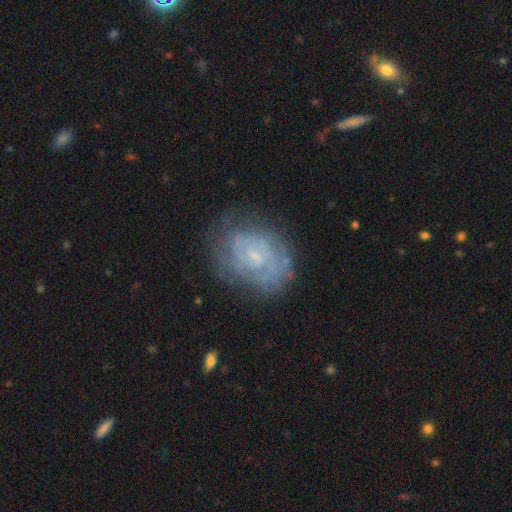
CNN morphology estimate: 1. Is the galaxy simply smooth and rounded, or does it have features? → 74% featured or disk, 18% smooth, 8% star or artifact.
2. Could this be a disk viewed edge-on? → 98% no, 2% yes.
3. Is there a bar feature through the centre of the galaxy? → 62% no, 33% weak, 5% strong.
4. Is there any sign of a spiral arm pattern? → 86% yes, 14% no.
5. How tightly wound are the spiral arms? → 65% tight, 27% medium, 8% loose.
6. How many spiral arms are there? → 47% can't tell, 28% 2, 11% 3, 5% 1, 5% 4, 4% more than 4.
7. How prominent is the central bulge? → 73% small, 15% moderate, 10% none, 1% large, 1% dominant.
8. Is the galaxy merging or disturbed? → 68% none, 20% minor disturbance, 10% major disturbance, 2% merger.